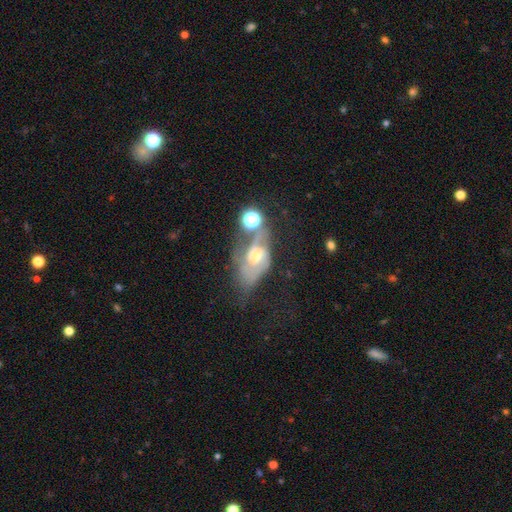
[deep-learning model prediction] Smooth or featured?
  - featured or disk: 56% *
  - smooth: 30%
  - star or artifact: 14%
Edge-on disk?
  - no: 92% *
  - yes: 8%
Bar?
  - no: 73% *
  - weak: 21%
  - strong: 6%
Spiral arms?
  - yes: 56% *
  - no: 44%
Bulge size?
  - moderate: 59% *
  - small: 28%
  - large: 9%
  - none: 3%
  - dominant: 2%
Merging?
  - major disturbance: 37% *
  - merger: 26%
  - none: 19%
  - minor disturbance: 18%